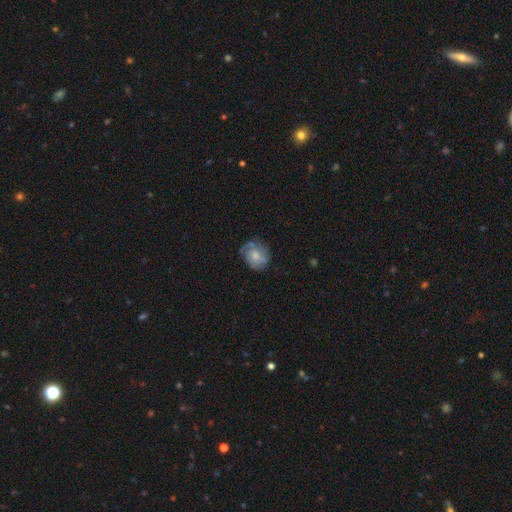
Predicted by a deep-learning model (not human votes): Smooth or featured: featured or disk — 47% (smooth — 45%)
Merging: none — 65% (minor disturbance — 24%)